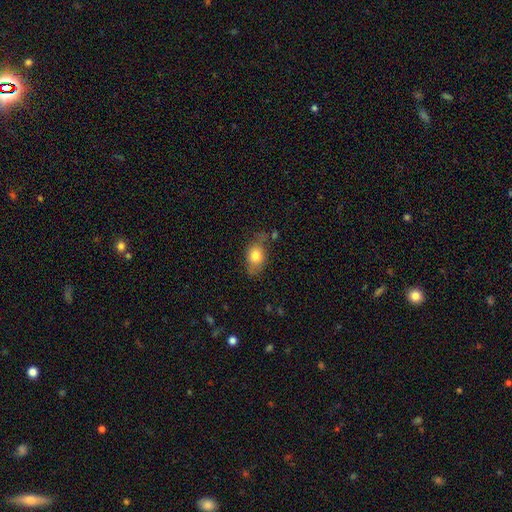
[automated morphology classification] A smooth galaxy with no disk features (77%) that is in between round and cigar-shaped (75%).

Vote fractions:
- Smooth or featured? smooth: 77% / featured or disk: 14% / star or artifact: 8%
- How rounded? in between: 75% / round: 22% / cigar-shaped: 3%
- Merging? none: 60% / minor disturbance: 26% / major disturbance: 9% / merger: 5%